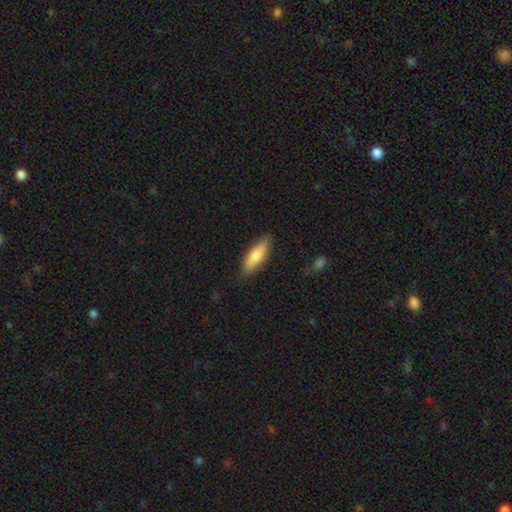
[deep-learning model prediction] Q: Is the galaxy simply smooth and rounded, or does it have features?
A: smooth — 78%.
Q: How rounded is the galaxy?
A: in between — 49%, tied with cigar-shaped.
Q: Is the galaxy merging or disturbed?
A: none — 85%.